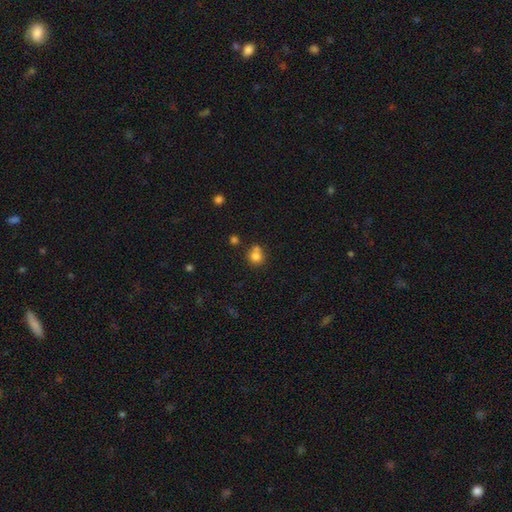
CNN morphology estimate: Overall: smooth (80%). How rounded: round (81%). Merging: none (51%; merger 30%).